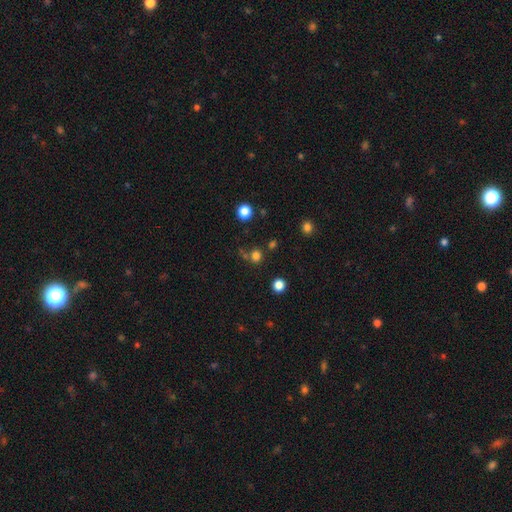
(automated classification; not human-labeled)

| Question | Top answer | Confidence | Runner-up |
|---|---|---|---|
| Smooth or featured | smooth | 75% | star or artifact (19%) |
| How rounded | round | 89% | in between (10%) |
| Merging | none | 72% | merger (15%) |